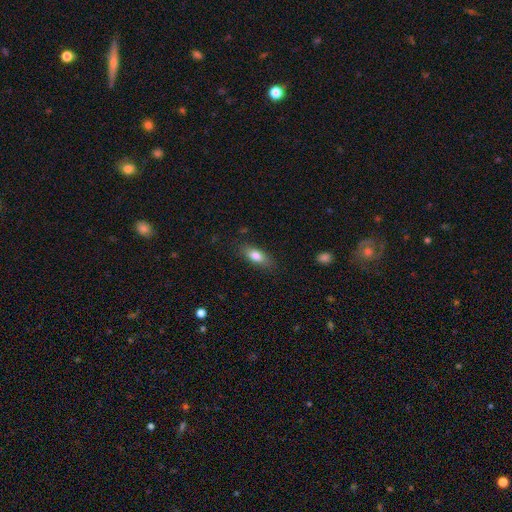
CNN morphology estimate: smooth-or-featured: smooth: 79% | featured or disk: 14% | star or artifact: 7%
  how-rounded: in between: 77% | cigar-shaped: 19% | round: 4%
  merging: none: 82% | minor disturbance: 13% | major disturbance: 3% | merger: 1%